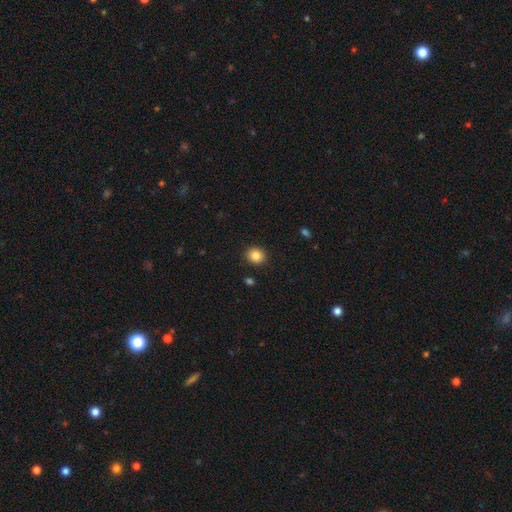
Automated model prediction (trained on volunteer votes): A smooth galaxy with no disk features (85%) that is round (86%).

Vote fractions:
- Smooth or featured? smooth: 85% / star or artifact: 10% / featured or disk: 5%
- How rounded? round: 86% / in between: 13% / cigar-shaped: 1%
- Merging? none: 90% / minor disturbance: 6% / major disturbance: 2% / merger: 1%